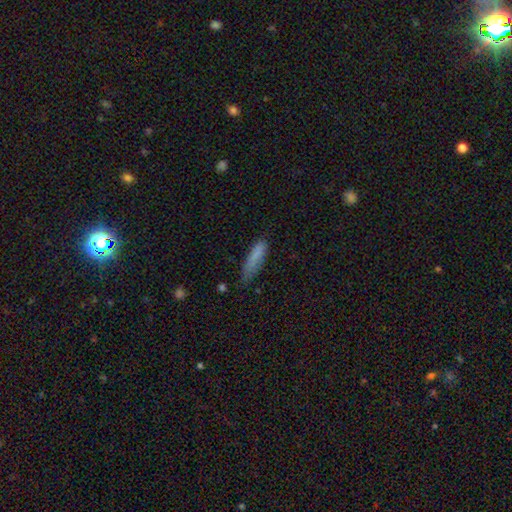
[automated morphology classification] Smooth or featured: smooth — 82% (featured or disk — 10%)
How rounded: cigar-shaped — 78% (in between — 21%)
Merging: none — 58% (minor disturbance — 31%)